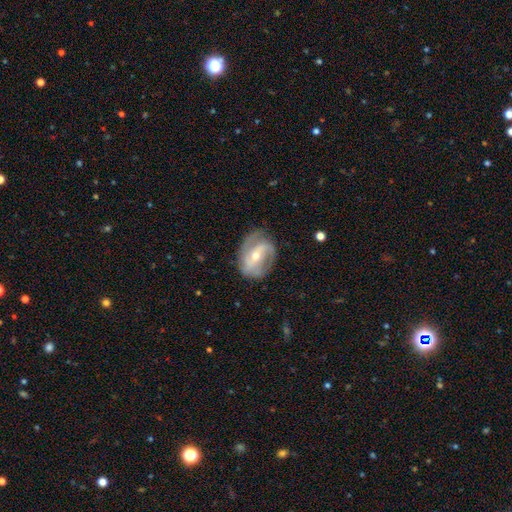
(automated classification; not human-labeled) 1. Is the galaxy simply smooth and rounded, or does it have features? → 82% featured or disk, 12% smooth, 6% star or artifact.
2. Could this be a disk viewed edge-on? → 96% no, 4% yes.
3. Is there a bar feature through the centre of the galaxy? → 43% strong, 36% weak, 21% no.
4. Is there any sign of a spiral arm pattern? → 90% yes, 10% no.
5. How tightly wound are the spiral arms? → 43% medium, 32% tight, 24% loose.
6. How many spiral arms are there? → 73% 2, 12% can't tell, 6% 3, 5% 1, 2% 4, 2% more than 4.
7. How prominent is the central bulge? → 50% small, 47% moderate, 2% large, 1% none, 1% dominant.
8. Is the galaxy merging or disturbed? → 73% none, 18% minor disturbance, 8% major disturbance, 1% merger.